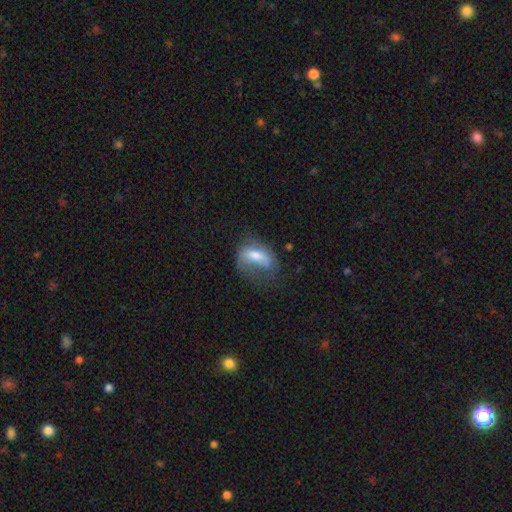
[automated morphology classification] smooth 48%, featured or disk 42%, star or artifact 10%. Down the decision tree: merging — none (36%).